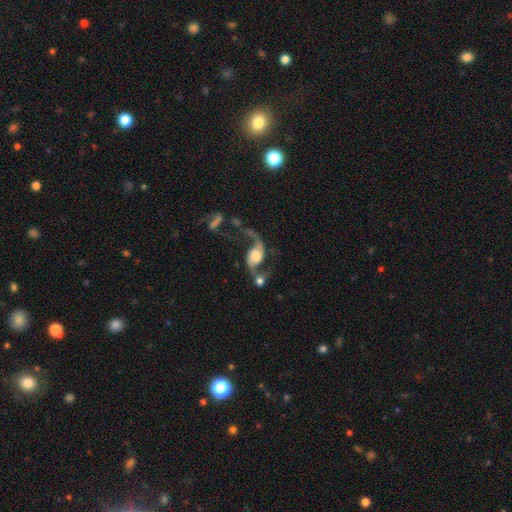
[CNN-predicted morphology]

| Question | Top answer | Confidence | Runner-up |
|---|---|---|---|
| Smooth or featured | featured or disk | 84% | smooth (10%) |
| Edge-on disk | no | 95% | yes (5%) |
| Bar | no | 57% | weak (30%) |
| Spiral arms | yes | 94% | no (6%) |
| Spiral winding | loose | 85% | medium (12%) |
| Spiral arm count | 2 | 91% | 1 (5%) |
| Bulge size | large | 44% | moderate (26%) |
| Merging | merger | 36% | none (35%) |